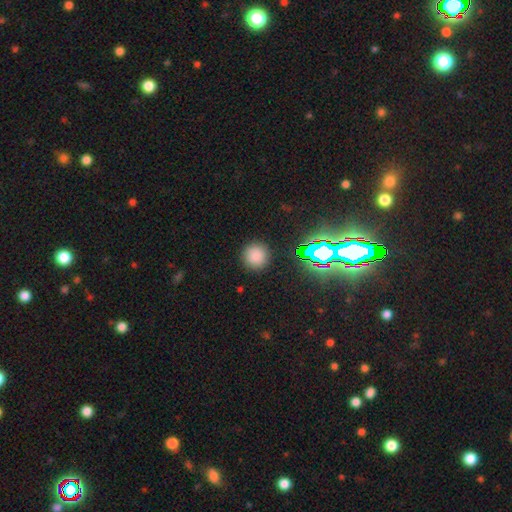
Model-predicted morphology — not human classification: A smooth galaxy with no disk features (79%) that is round (95%). Merging: none (90%).